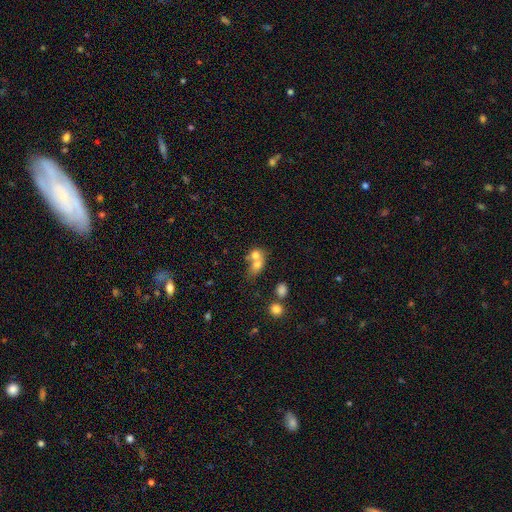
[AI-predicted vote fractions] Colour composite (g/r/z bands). It shows a smooth galaxy with no disk features (70%) that is round (56%). Merging: merger (67%).